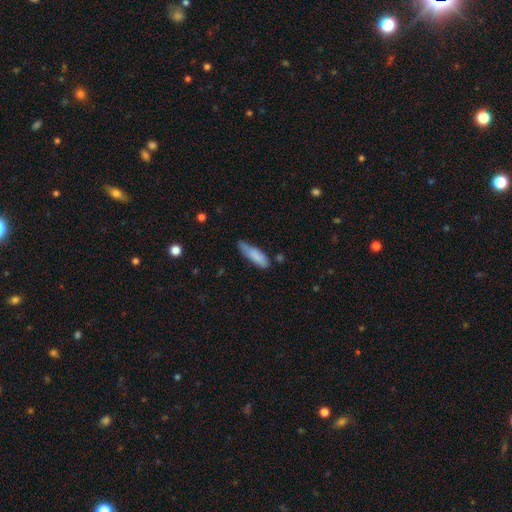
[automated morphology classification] The model was most divided on "merging": none: 50%, minor disturbance: 37%, major disturbance: 8%, merger: 4%. More confident: smooth or featured — smooth (83%); how rounded — cigar-shaped (57%).